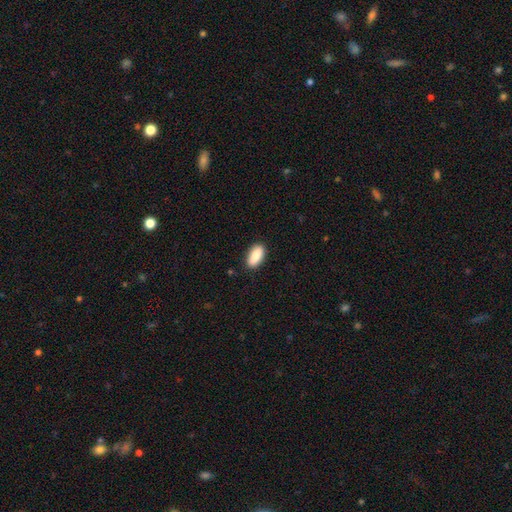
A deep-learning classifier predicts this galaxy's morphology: smooth_or_featured: smooth (p=0.88) [alt: star or artifact p=0.06]
how_rounded: in between (p=0.90) [alt: cigar-shaped p=0.07]
merging: none (p=0.87) [alt: minor disturbance p=0.10]